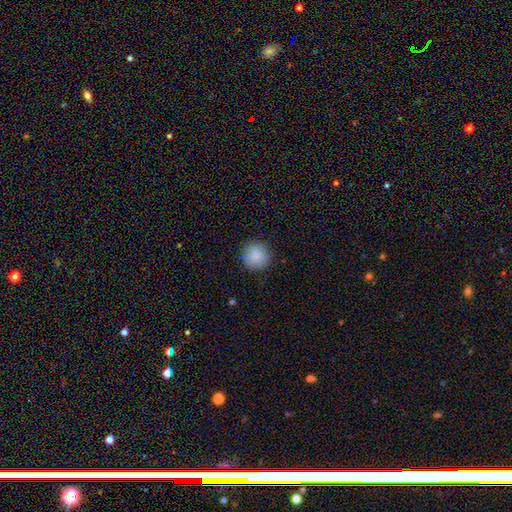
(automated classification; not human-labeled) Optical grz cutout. It shows a smooth galaxy with no disk features (87%) that is round (94%). Merging: none (89%).